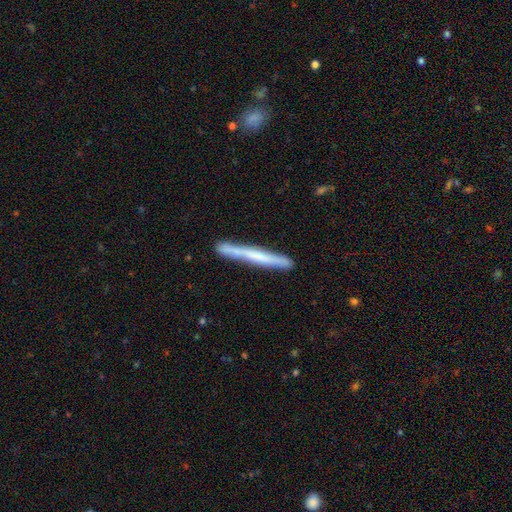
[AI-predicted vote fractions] smooth 48%, featured or disk 46%, star or artifact 6%. Down the decision tree: merging — none (86%).